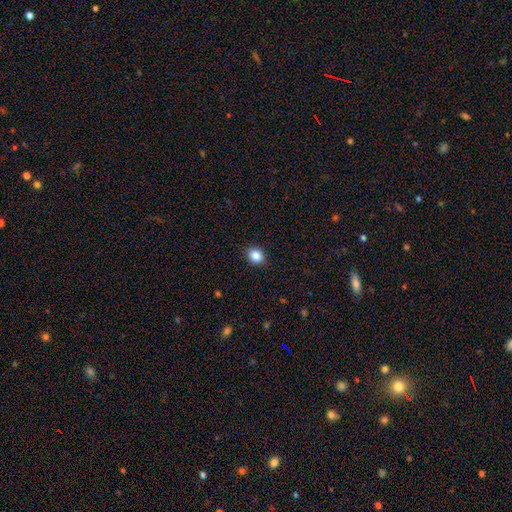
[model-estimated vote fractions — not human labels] The model was most divided on "how rounded": round: 58%, in between: 41%, cigar-shaped: 1%. More confident: merging — none (90%); smooth or featured — smooth (86%).